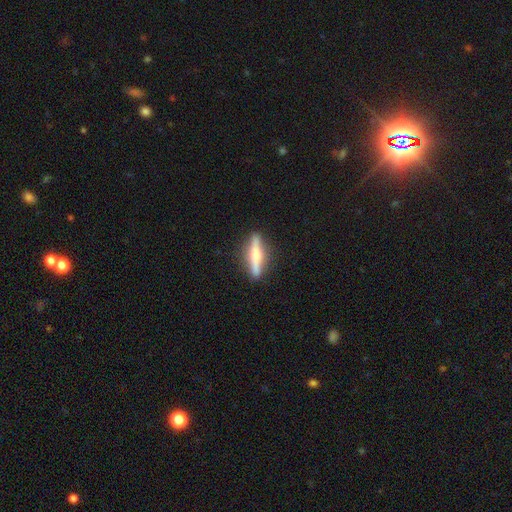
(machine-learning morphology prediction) featured or disk 62%, smooth 33%, star or artifact 6%. Down the decision tree: edge-on disk — yes (96%); edge-on bulge — rounded (78%); merging — none (88%).